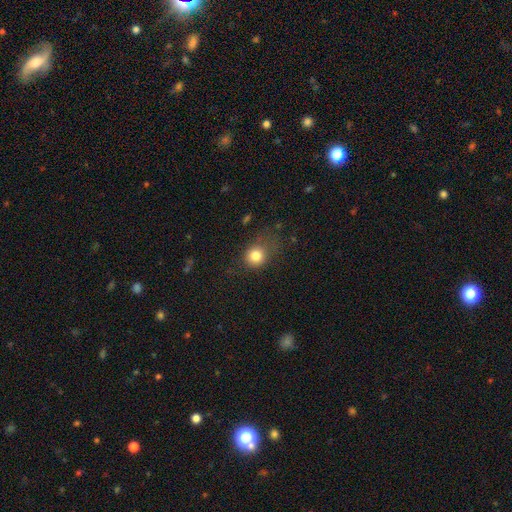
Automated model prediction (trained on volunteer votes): smooth-or-featured: smooth: 80% | star or artifact: 12% | featured or disk: 8%
  how-rounded: round: 77% | in between: 22% | cigar-shaped: 1%
  merging: none: 63% | minor disturbance: 23% | major disturbance: 12% | merger: 2%